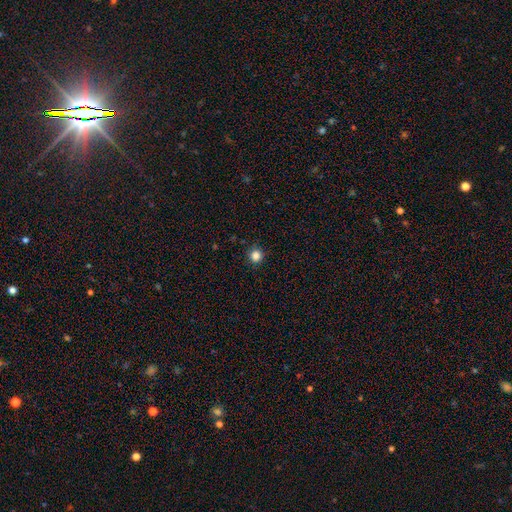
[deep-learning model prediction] Smooth or featured: smooth — 84% (star or artifact — 12%)
How rounded: round — 94% (in between — 5%)
Merging: none — 91% (minor disturbance — 6%)